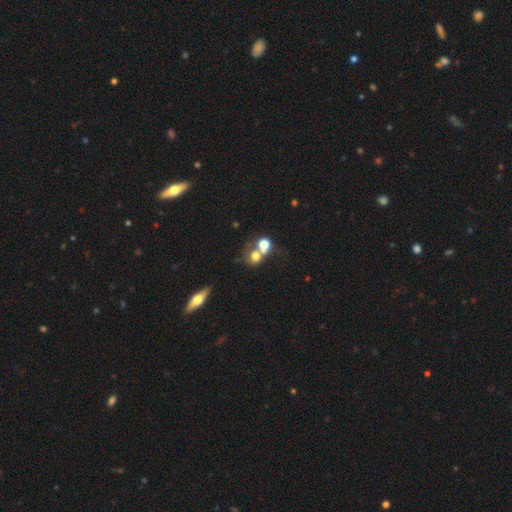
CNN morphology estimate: smooth 66%, featured or disk 18%, star or artifact 16%. Down the decision tree: how rounded — round (73%); merging — merger (54%).